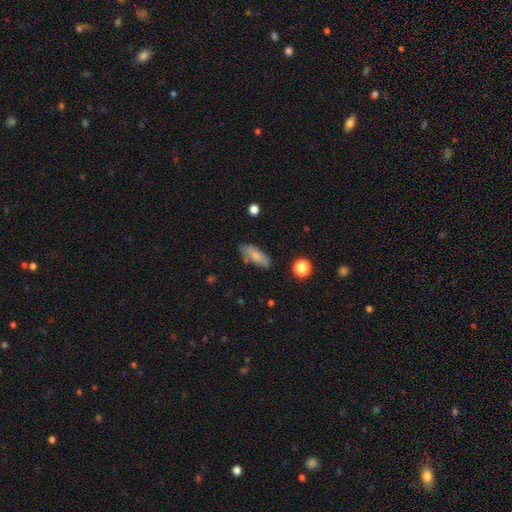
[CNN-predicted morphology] smooth 79%, featured or disk 14%, star or artifact 7%. Down the decision tree: how rounded — in between (73%); merging — none (77%).